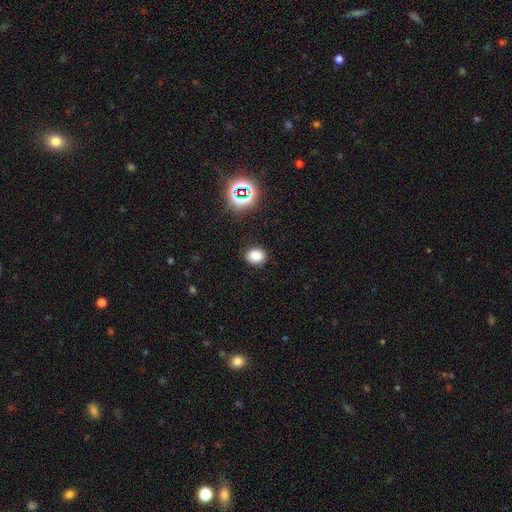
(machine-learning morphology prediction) The model was most divided on "how rounded": in between: 52%, round: 47%, cigar-shaped: 1%. More confident: merging — none (87%); smooth or featured — smooth (80%).